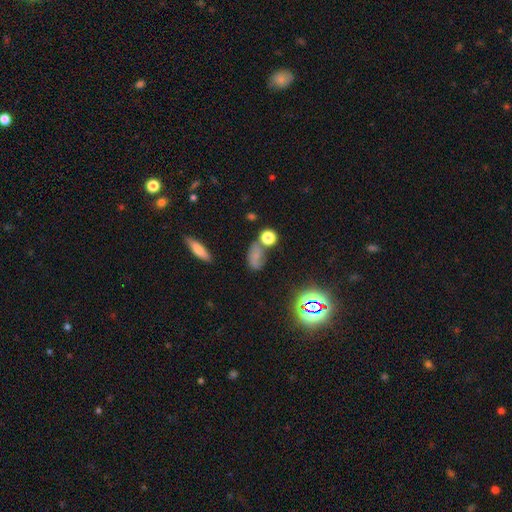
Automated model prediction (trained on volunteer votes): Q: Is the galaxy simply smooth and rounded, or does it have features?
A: smooth — 64%.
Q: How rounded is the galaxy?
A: in between — 74%.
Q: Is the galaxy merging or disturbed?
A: none — 45%.